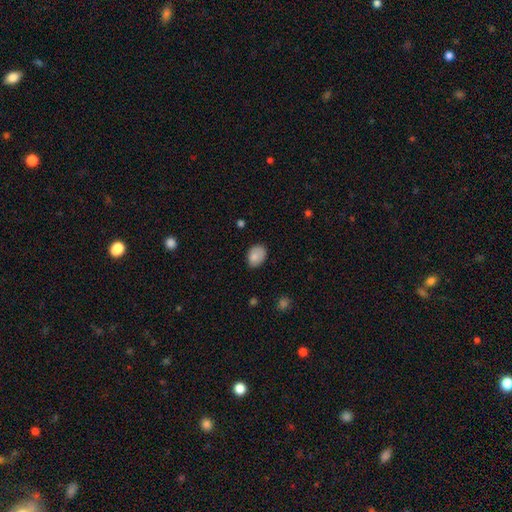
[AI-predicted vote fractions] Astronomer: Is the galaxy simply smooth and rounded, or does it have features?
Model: smooth — 83%.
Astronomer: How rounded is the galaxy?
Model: in between — 72%.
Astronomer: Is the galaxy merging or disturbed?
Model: none — 74%.